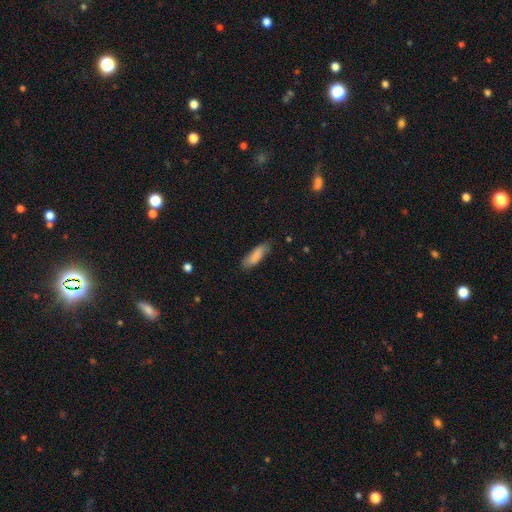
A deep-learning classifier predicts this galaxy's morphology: A smooth galaxy with no disk features (85%) that is in between round and cigar-shaped (52%).

Vote fractions:
- Smooth or featured? smooth: 85% / featured or disk: 9% / star or artifact: 6%
- How rounded? in between: 52% / cigar-shaped: 46% / round: 2%
- Merging? none: 74% / minor disturbance: 20% / major disturbance: 4% / merger: 1%